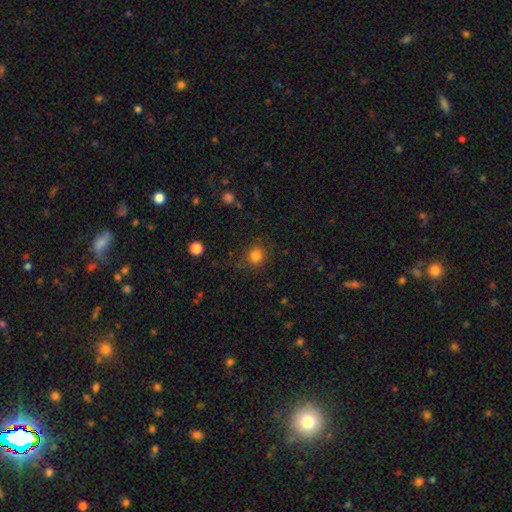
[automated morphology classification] Smooth or featured? Predicted: smooth (p=0.82). How rounded? Predicted: round (p=0.89). Merging? Predicted: none (p=0.83).